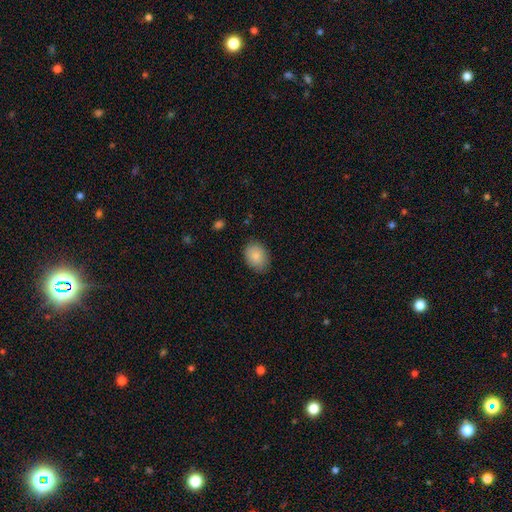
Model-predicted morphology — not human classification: This appears to be a smooth galaxy with no disk features (87%) that is in between round and cigar-shaped (73%). Merging: none (82%).